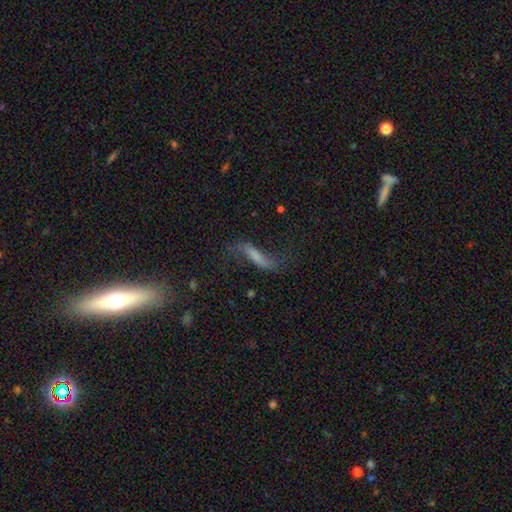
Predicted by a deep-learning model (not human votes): smooth-or-featured: featured or disk: 64% | smooth: 24% | star or artifact: 12%
  disk-edge-on: no: 81% | yes: 19%
    bar: strong: 35% (tied) | weak: 35% (tied) | no: 31%
    has-spiral-arms: yes: 88% | no: 12%
    bulge-size: none: 44% | small: 31% | moderate: 17% | large: 5% | dominant: 3%
  merging: none: 62% | minor disturbance: 18% | major disturbance: 16% | merger: 4%